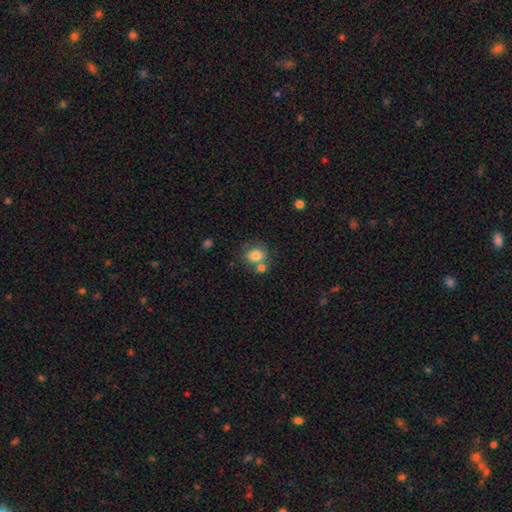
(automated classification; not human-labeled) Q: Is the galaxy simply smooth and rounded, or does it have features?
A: smooth — 78%.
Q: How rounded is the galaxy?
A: round — 70%.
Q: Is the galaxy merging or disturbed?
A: none — 53%.